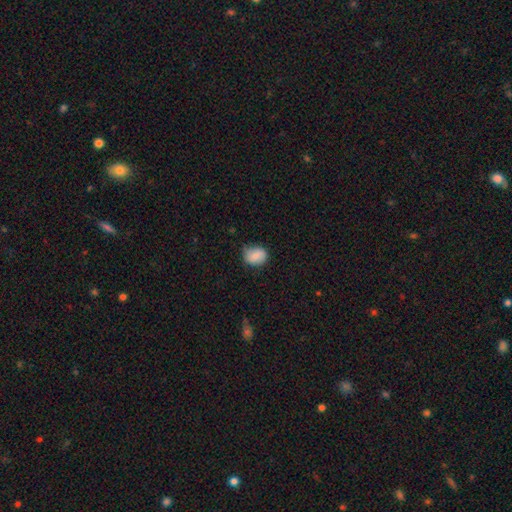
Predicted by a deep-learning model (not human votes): Smooth or featured? Predicted: smooth (p=0.79). How rounded? Predicted: round (p=0.50). Merging? Predicted: none (p=0.65).